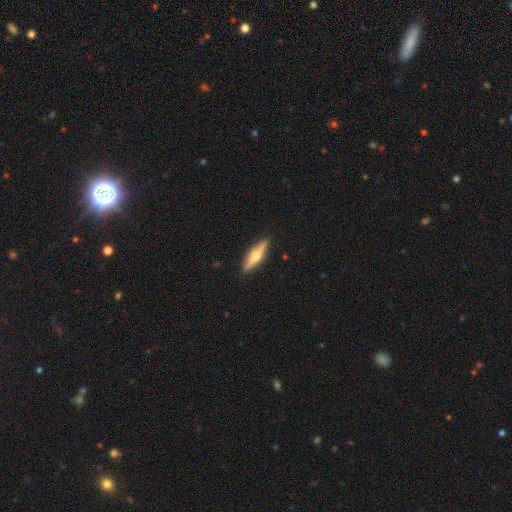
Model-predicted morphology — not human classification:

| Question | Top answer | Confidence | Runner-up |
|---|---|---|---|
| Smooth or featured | featured or disk | 60% | smooth (35%) |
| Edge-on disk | yes | 96% | no (4%) |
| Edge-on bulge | rounded | 92% | boxy (5%) |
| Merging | none | 91% | minor disturbance (7%) |